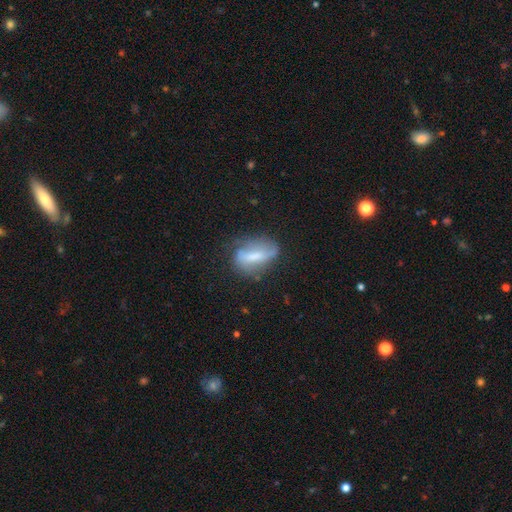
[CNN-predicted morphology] smooth-or-featured: featured or disk: 49% | smooth: 41% | star or artifact: 10%
  merging: none: 56% | minor disturbance: 28% | major disturbance: 13% | merger: 3%